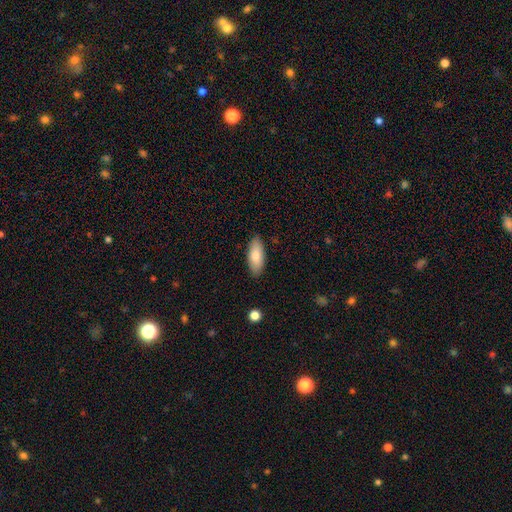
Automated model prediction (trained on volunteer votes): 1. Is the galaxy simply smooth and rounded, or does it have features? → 82% smooth, 12% featured or disk, 6% star or artifact.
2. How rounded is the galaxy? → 79% in between, 19% cigar-shaped, 2% round.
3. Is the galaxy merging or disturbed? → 87% none, 10% minor disturbance, 2% major disturbance, 1% merger.